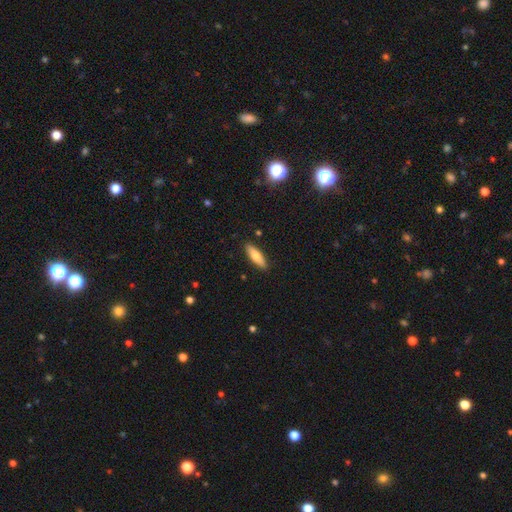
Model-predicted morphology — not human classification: A smooth galaxy with no disk features (71%) that is cigar-shaped (54%).

Vote fractions:
- Smooth or featured? smooth: 71% / featured or disk: 23% / star or artifact: 6%
- How rounded? cigar-shaped: 54% / in between: 45% / round: 2%
- Merging? none: 89% / minor disturbance: 8% / major disturbance: 2% / merger: 1%